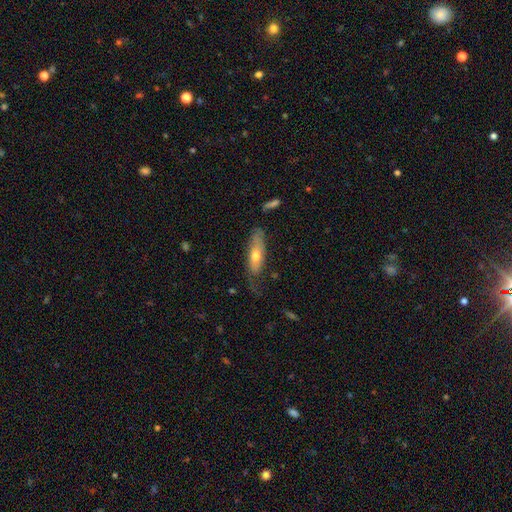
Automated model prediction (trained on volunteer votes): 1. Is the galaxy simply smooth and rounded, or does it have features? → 56% smooth, 38% featured or disk, 6% star or artifact.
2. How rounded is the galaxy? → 51% cigar-shaped, 46% in between, 2% round.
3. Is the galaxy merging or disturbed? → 55% none, 30% minor disturbance, 12% major disturbance, 2% merger.